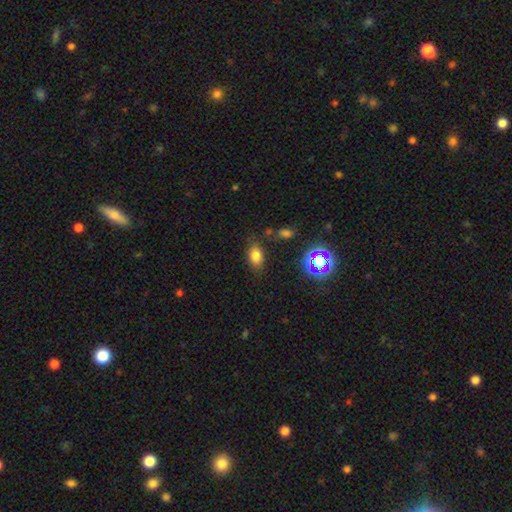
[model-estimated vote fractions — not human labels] smooth_or_featured: smooth (p=0.76) [alt: star or artifact p=0.16]
how_rounded: in between (p=0.85) [alt: round p=0.13]
merging: none (p=0.78) [alt: minor disturbance p=0.14]